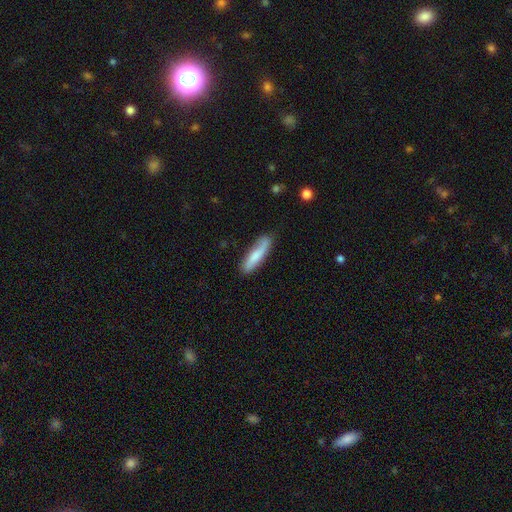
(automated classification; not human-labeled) The model was most divided on "smooth or featured": smooth: 71%, featured or disk: 24%, star or artifact: 6%. More confident: merging — none (75%); how rounded — cigar-shaped (74%).